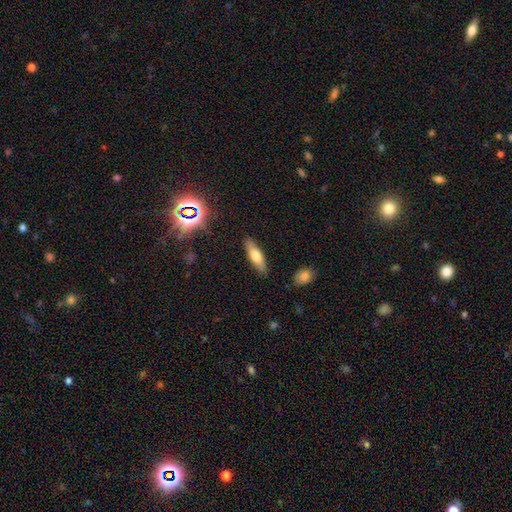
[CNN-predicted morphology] Q: Smooth or featured?
A: smooth (66%); runner-up: featured or disk (26%)
Q: How rounded?
A: cigar-shaped (53%); runner-up: in between (45%)
Q: Merging?
A: none (87%); runner-up: minor disturbance (9%)